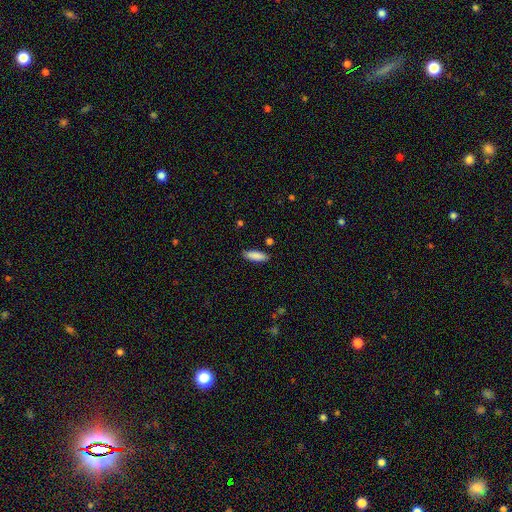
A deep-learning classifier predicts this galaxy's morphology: A smooth galaxy with no disk features (88%) that is in between round and cigar-shaped (57%).

Vote fractions:
- Smooth or featured? smooth: 88% / star or artifact: 6% / featured or disk: 6%
- How rounded? in between: 57% / cigar-shaped: 41% / round: 2%
- Merging? none: 86% / minor disturbance: 10% / major disturbance: 2% / merger: 2%